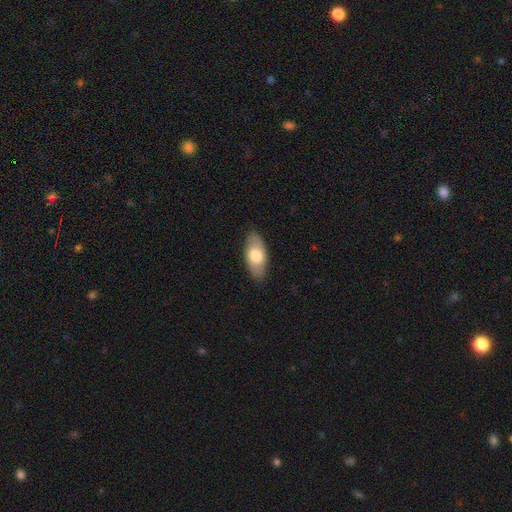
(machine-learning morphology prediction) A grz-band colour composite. It shows a smooth galaxy with no disk features (70%) that is in between round and cigar-shaped (90%). Merging: none (84%).